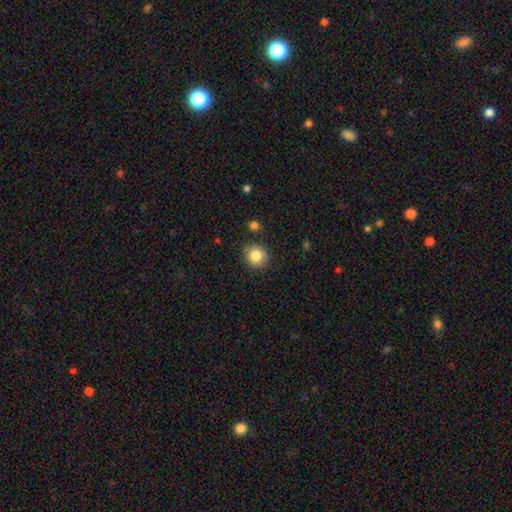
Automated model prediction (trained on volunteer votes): smooth 84%, star or artifact 10%, featured or disk 6%. Down the decision tree: how rounded — round (84%); merging — none (84%).